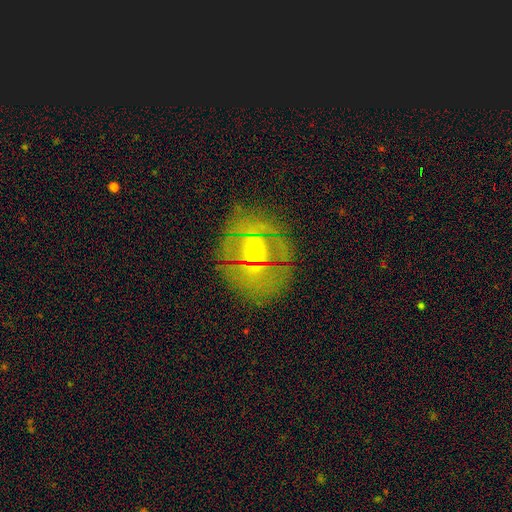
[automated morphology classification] A featured or disk galaxy (59%) with no bar (64%), no spiral arms (62%) and a moderate central bulge (50%).

Vote fractions:
- Smooth or featured? featured or disk: 59% / smooth: 29% / star or artifact: 13%
- Edge-on disk? no: 94% / yes: 6%
- Bar? no: 64% / weak: 26% / strong: 10%
- Spiral arms? no: 62% / yes: 38%
- Bulge size? moderate: 50% / small: 44% / large: 3% / none: 2% / dominant: 1%
- Merging? none: 67% / minor disturbance: 18% / major disturbance: 11% / merger: 4%